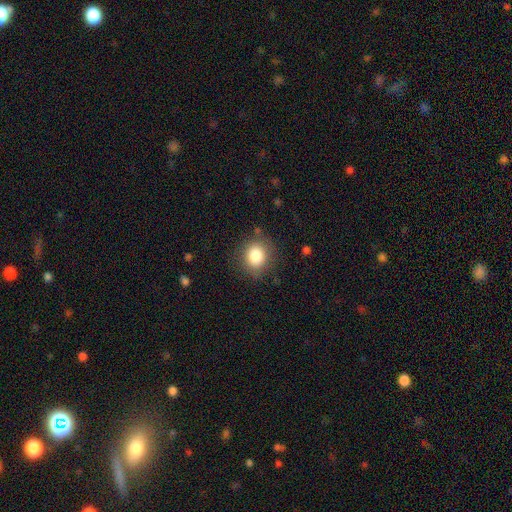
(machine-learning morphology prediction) Smooth or featured? smooth (83%)
How rounded? round (75%)
Merging? none (84%)